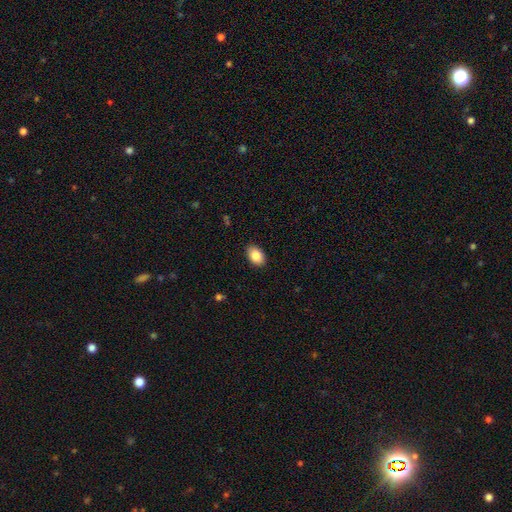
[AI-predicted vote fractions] Morphology: type=smooth (85%); roundness=in between (86%); merging=none (89%).